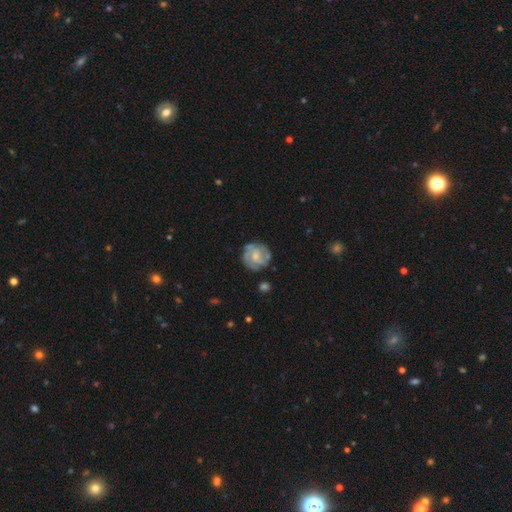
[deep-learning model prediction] This is likely a featured or disk galaxy (67%). It is clearly not viewed edge-on (98%). Bar: possibly no (60%). Spiral arm pattern: clearly yes (80%). Spiral arm count: marginally can't tell (34%). Spiral winding: possibly tight (49%). Central bulge: possibly small (48%). Merging: likely none (73%).